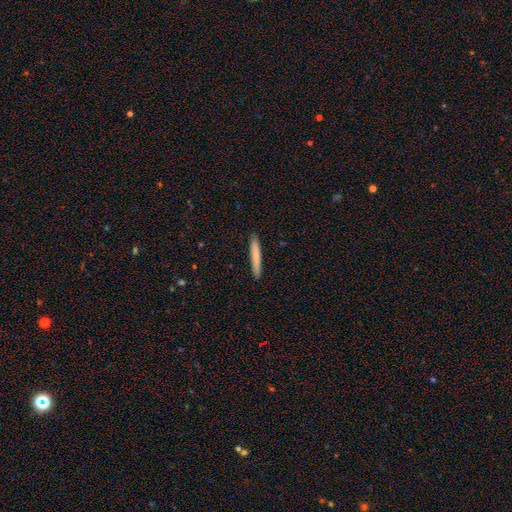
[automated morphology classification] A smooth galaxy with no disk features (77%) that is cigar-shaped (96%).

Vote fractions:
- Smooth or featured? smooth: 77% / featured or disk: 17% / star or artifact: 6%
- How rounded? cigar-shaped: 96% / in between: 3% / round: 1%
- Merging? none: 91% / minor disturbance: 6% / major disturbance: 1% / merger: 1%